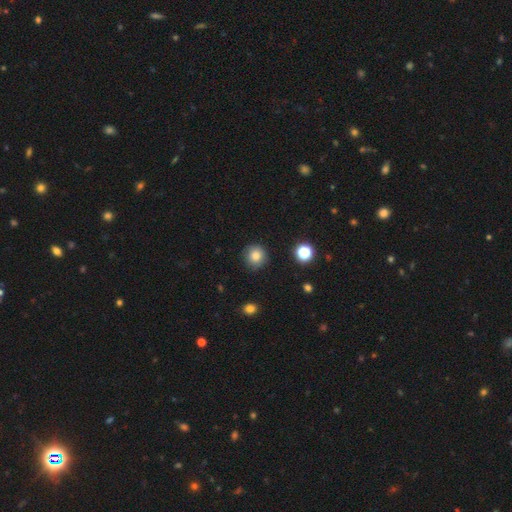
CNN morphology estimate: Smooth or featured?
  - smooth: 84% *
  - star or artifact: 11%
  - featured or disk: 5%
How rounded?
  - round: 91% *
  - in between: 8%
  - cigar-shaped: 1%
Merging?
  - none: 85% *
  - minor disturbance: 10%
  - major disturbance: 3%
  - merger: 2%